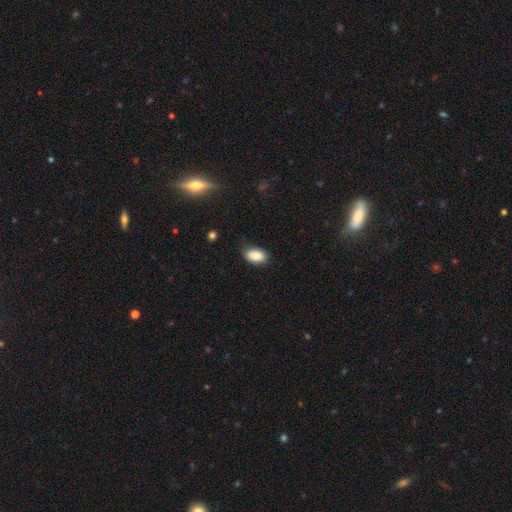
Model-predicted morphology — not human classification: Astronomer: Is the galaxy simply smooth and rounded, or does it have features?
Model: smooth — 84%.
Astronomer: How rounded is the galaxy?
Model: in between — 91%.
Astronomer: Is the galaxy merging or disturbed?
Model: none — 76%.